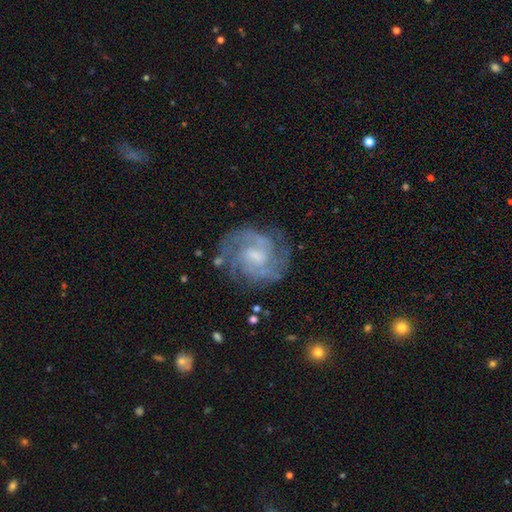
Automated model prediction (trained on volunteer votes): The model was most divided on "bulge size" (2-way tie): small: 37%, moderate: 37%, none: 19%, large: 6%, dominant: 1%. Remaining: edge-on disk — no (98%); spiral arms — yes (95%); smooth or featured — featured or disk (84%); merging — none (74%); bar — weak (53%); spiral winding — tight (48%); spiral arm count — 2 (43%).